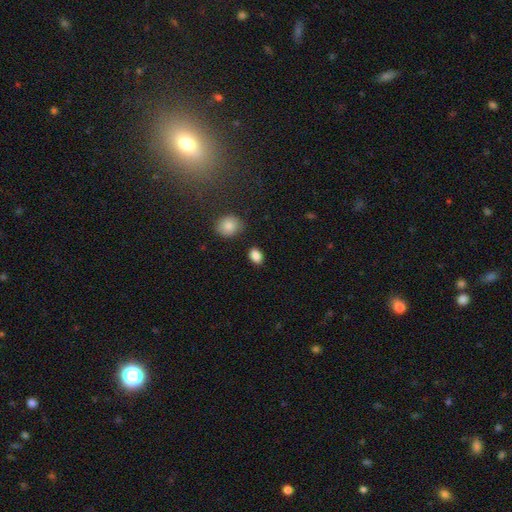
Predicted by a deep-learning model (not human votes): This is clearly a smooth galaxy (88%). How rounded: likely in between (76%). Merging: clearly none (85%).